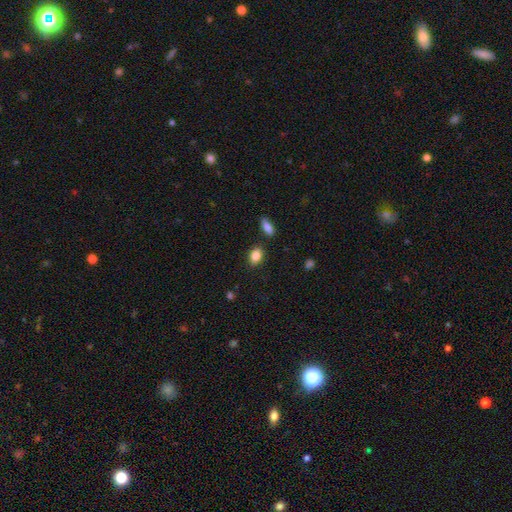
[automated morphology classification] type=smooth (86%); roundness=in between (81%); merging=none (82%).